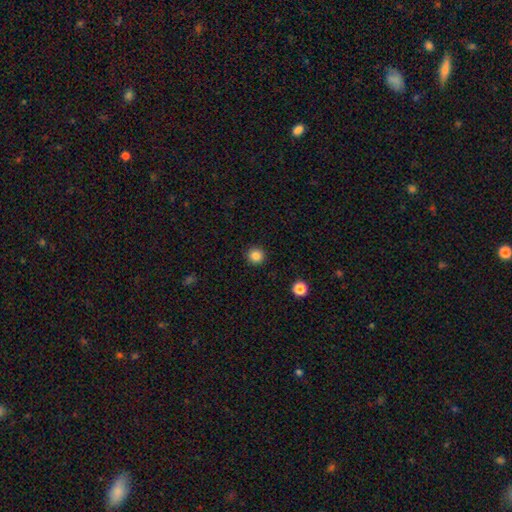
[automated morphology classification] Smooth or featured? Predicted: smooth (p=0.85). How rounded? Predicted: round (p=0.95). Merging? Predicted: none (p=0.92).